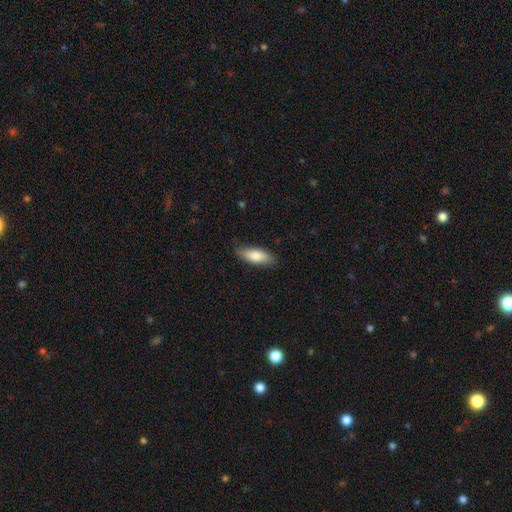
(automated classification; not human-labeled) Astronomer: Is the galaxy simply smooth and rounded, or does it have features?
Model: smooth — 80%.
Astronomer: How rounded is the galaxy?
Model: in between — 71%.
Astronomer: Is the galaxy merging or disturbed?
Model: none — 84%.